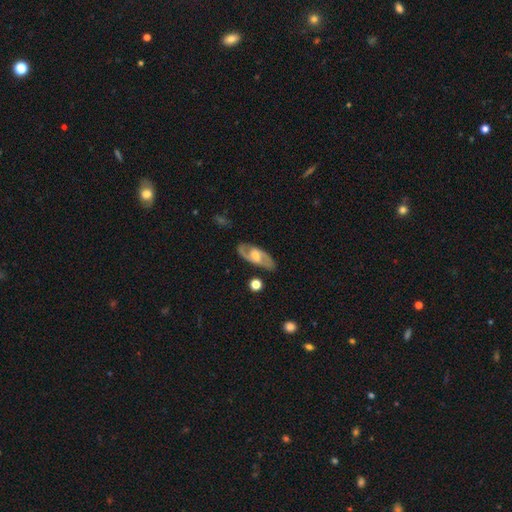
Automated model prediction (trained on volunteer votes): The model was most divided on "bar": weak: 46%, no: 37%, strong: 17%. More confident: edge-on disk — no (88%); spiral arm count — 2 (84%); spiral arms — yes (83%); merging — none (82%); smooth or featured — featured or disk (71%); bulge size — moderate (52%); spiral winding — medium (51%).